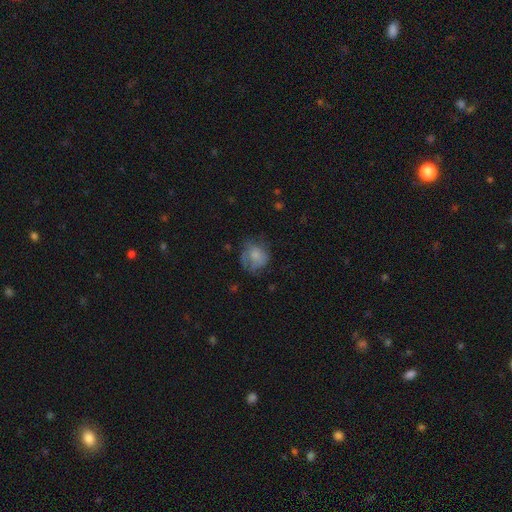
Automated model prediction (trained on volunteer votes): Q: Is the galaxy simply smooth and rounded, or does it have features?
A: smooth — 63%.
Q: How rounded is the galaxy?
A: round — 71%.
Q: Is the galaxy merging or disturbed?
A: none — 51%.